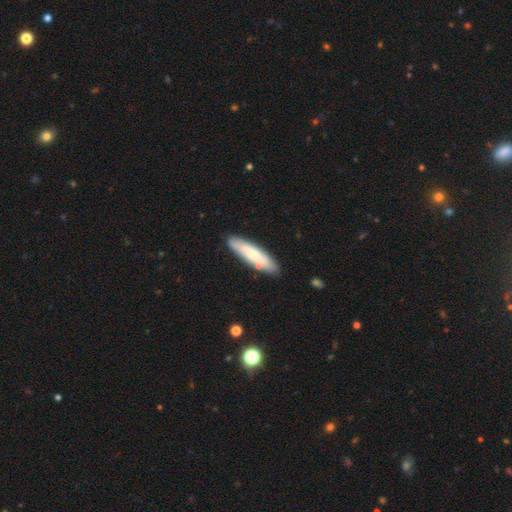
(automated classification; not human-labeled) Morphology: type=smooth (67%); roundness=cigar-shaped (74%); merging=none (83%).